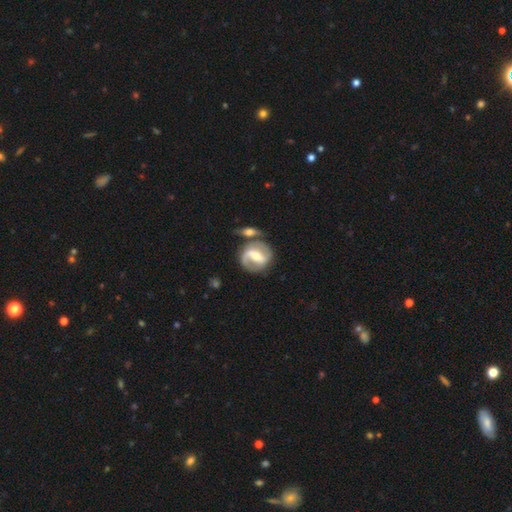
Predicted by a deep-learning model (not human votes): The model was most divided on "spiral winding": medium: 47%, tight: 33%, loose: 20%. More confident: edge-on disk — no (96%); spiral arms — yes (88%); spiral arm count — 2 (85%); smooth or featured — featured or disk (79%); merging — none (60%); bulge size — moderate (57%); bar — strong (55%).